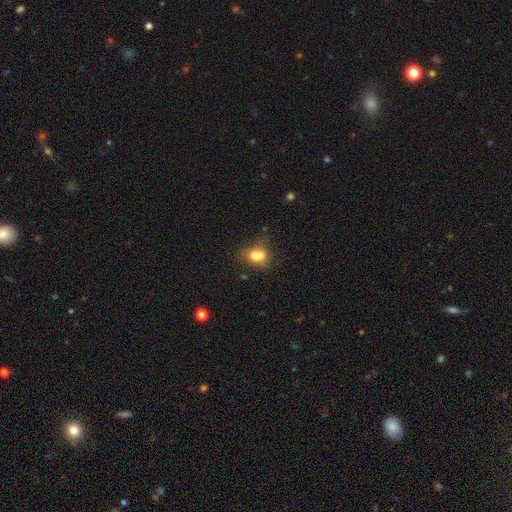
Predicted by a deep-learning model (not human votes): The model was most divided on "how rounded": in between: 56%, round: 42%, cigar-shaped: 1%. Remaining: smooth or featured — smooth (76%); merging — none (47%).